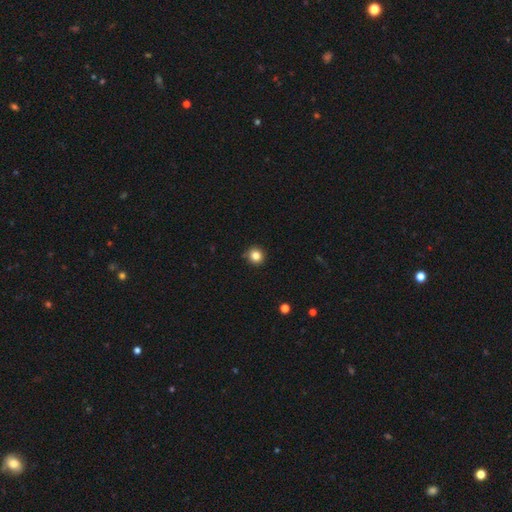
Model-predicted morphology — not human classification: This is clearly a smooth galaxy (84%). How rounded: clearly round (93%). Merging: clearly none (89%).